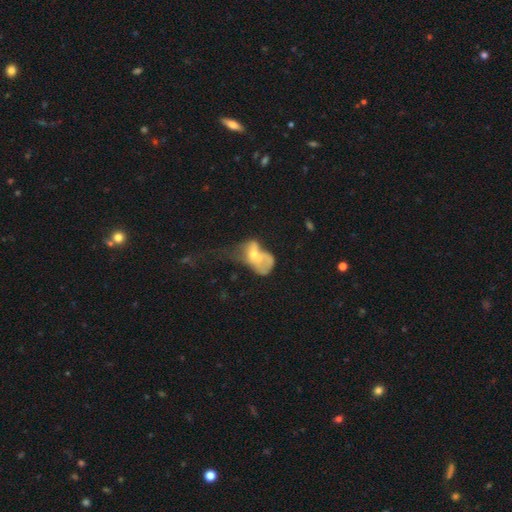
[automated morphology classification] type=smooth (48%); merging=merger (39%).